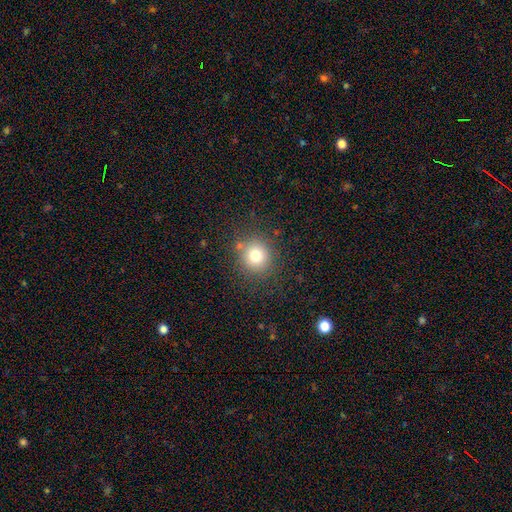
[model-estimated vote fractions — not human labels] The model was most divided on "smooth or featured": smooth: 77%, star or artifact: 14%, featured or disk: 10%. More confident: how rounded — round (90%); merging — none (81%).